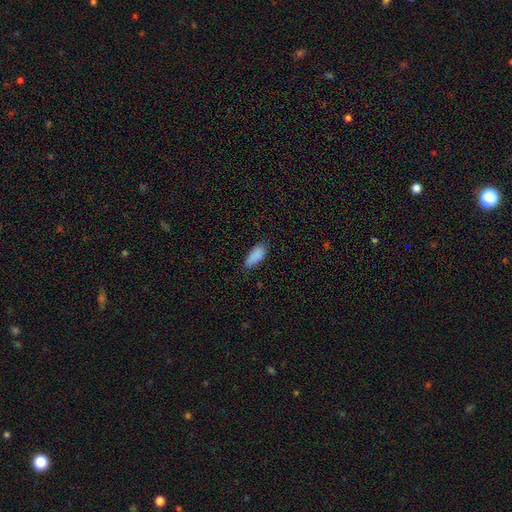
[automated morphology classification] Overall: smooth (88%). How rounded: in between (83%). Merging: none (74%).